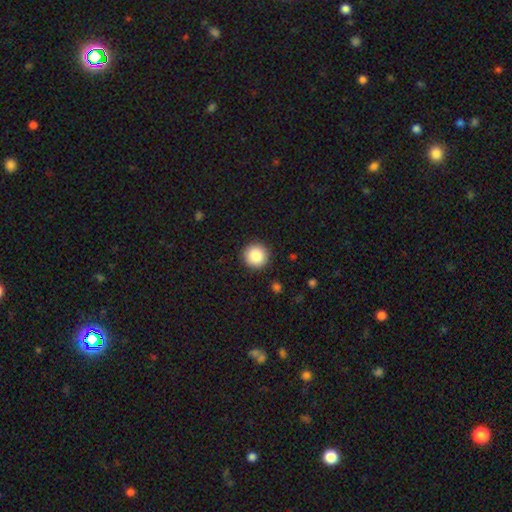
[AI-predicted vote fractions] Smooth or featured? smooth (87%)
How rounded? round (95%)
Merging? none (92%)